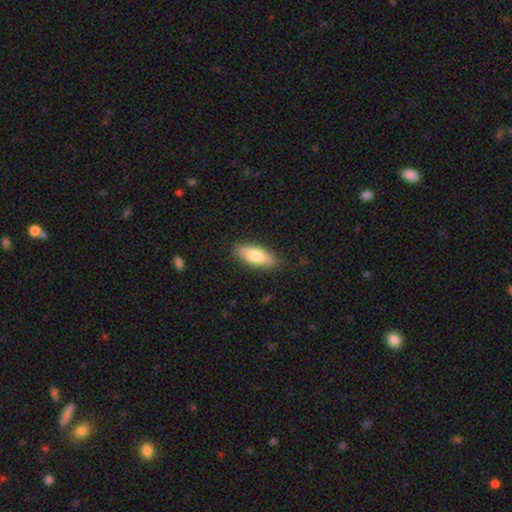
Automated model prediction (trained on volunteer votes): A smooth galaxy with no disk features (77%) that is in between round and cigar-shaped (69%). Merging: none (86%).